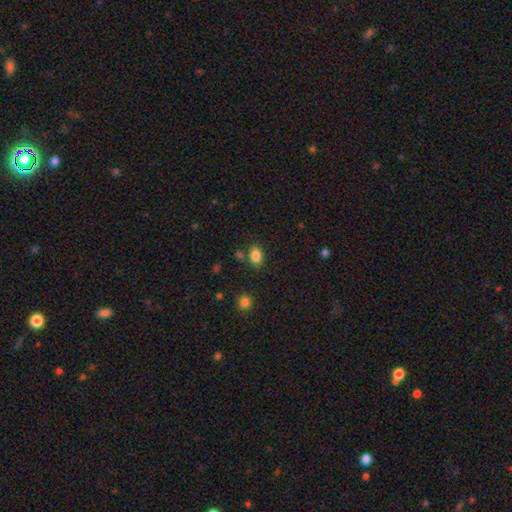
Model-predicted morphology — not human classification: Smooth or featured: smooth — 85% (star or artifact — 10%)
How rounded: in between — 80% (round — 18%)
Merging: none — 76% (minor disturbance — 13%)